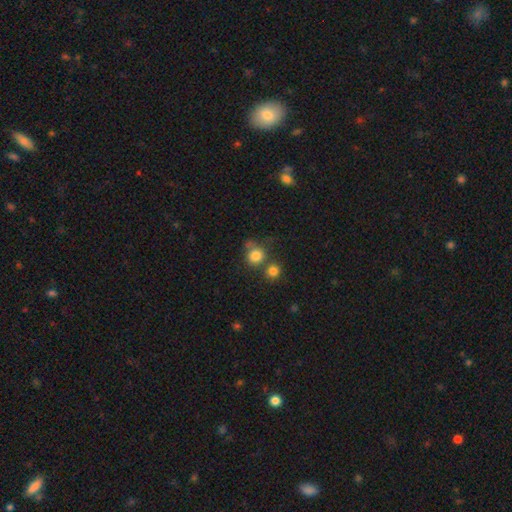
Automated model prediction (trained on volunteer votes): The model was most divided on "merging": none: 54%, merger: 26%, minor disturbance: 13%, major disturbance: 6%. More confident: how rounded — round (84%); smooth or featured — smooth (81%).